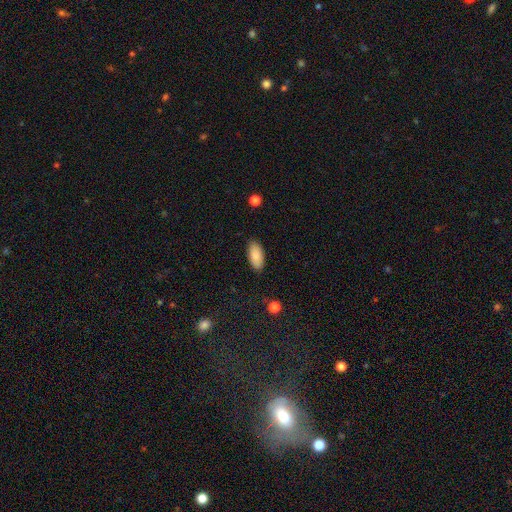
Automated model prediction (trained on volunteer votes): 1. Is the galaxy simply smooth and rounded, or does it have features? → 86% smooth, 7% featured or disk, 7% star or artifact.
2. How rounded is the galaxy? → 92% in between, 6% cigar-shaped, 2% round.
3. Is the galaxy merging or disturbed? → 87% none, 10% minor disturbance, 2% major disturbance, 1% merger.